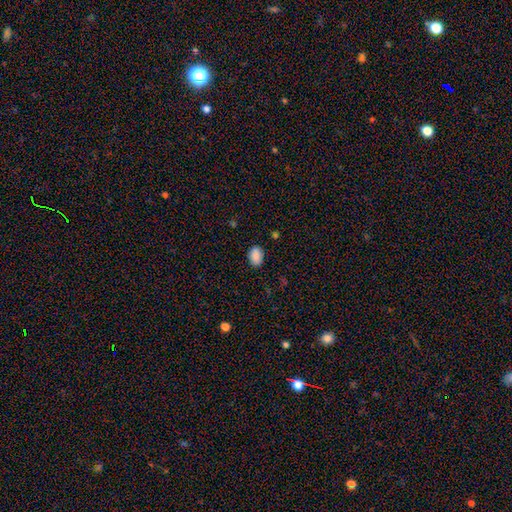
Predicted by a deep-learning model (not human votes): Morphology: type=smooth (88%); roundness=in between (85%); merging=none (85%).